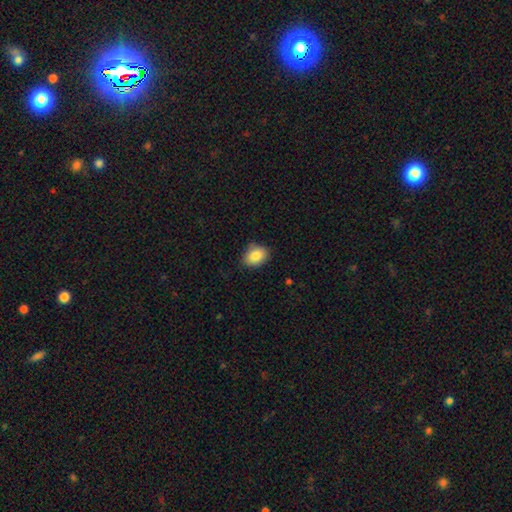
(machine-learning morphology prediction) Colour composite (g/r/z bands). It shows a smooth galaxy with no disk features (85%) that is in between round and cigar-shaped (61%). Merging: none (78%).